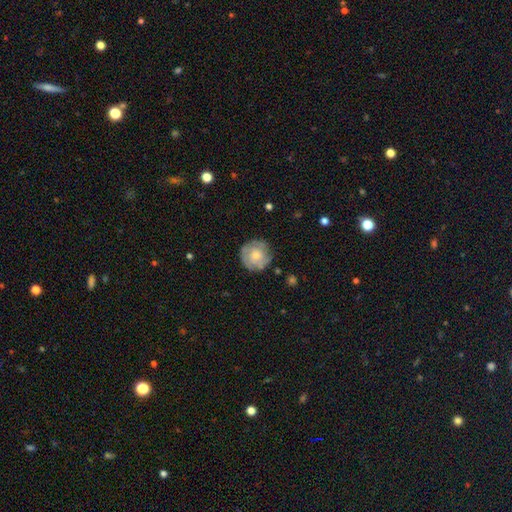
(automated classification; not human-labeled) This is possibly a featured or disk galaxy (60%). It is clearly not viewed edge-on (98%). Bar: clearly no (80%). Spiral arm pattern: clearly yes (83%). Central bulge: possibly small (48%). Merging: likely none (77%).